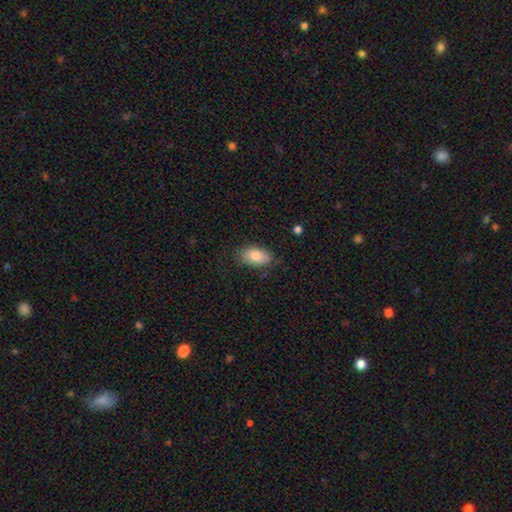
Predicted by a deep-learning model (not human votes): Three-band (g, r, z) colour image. It shows a smooth galaxy with no disk features (80%) that is in between round and cigar-shaped (92%). Merging: none (79%).